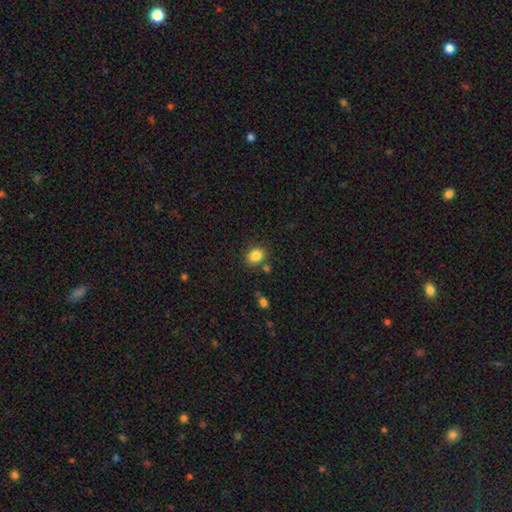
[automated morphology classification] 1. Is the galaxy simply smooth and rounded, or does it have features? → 85% smooth, 10% star or artifact, 5% featured or disk.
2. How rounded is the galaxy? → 60% round, 39% in between, 1% cigar-shaped.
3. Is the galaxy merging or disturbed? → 81% none, 10% minor disturbance, 6% merger, 3% major disturbance.